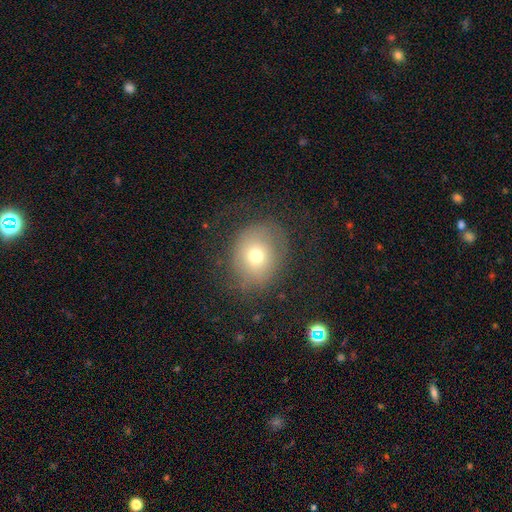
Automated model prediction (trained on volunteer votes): This is likely a smooth galaxy (67%). How rounded: likely round (71%). Merging: likely none (65%).